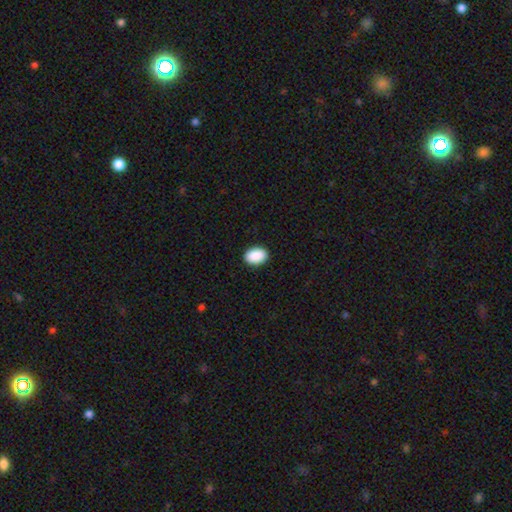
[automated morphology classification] Overall: smooth (91%). How rounded: in between (84%). Merging: none (90%).